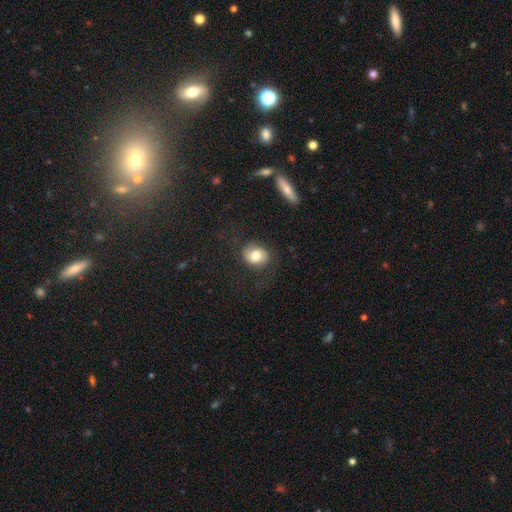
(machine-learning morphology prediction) A smooth galaxy with no disk features (66%) that is round (52%).

Vote fractions:
- Smooth or featured? smooth: 66% / featured or disk: 26% / star or artifact: 8%
- How rounded? round: 52% / in between: 46% / cigar-shaped: 1%
- Merging? none: 71% / minor disturbance: 17% / major disturbance: 10% / merger: 1%